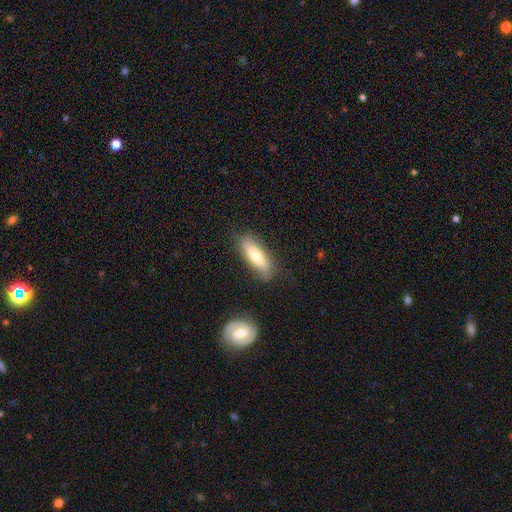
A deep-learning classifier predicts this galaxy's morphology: Overall: smooth (69%). How rounded: in between (53%; cigar-shaped 45%). Merging: none (80%).